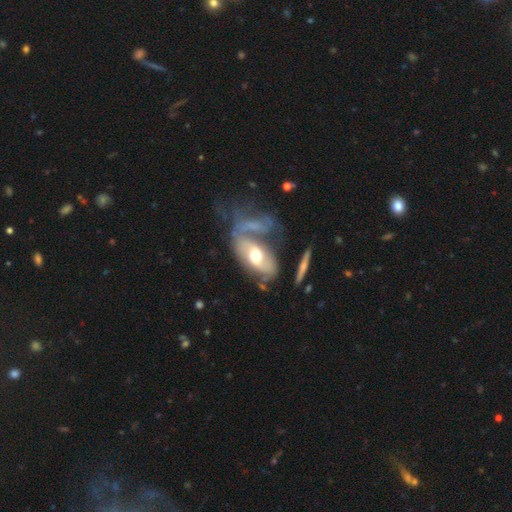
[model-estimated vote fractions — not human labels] Overall: featured or disk (54%; smooth 40%). Edge-on disk: no (86%). Merging: none (34%; merger 29%).